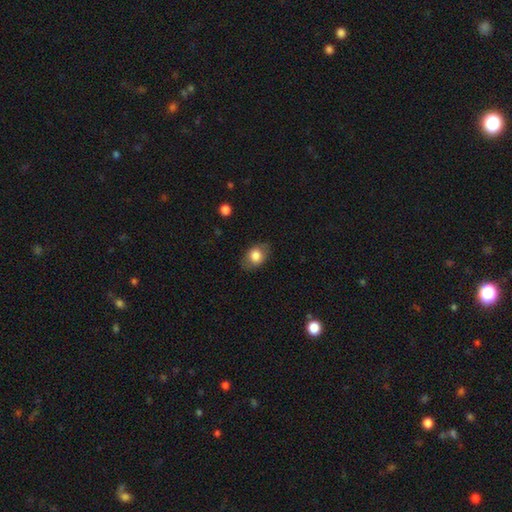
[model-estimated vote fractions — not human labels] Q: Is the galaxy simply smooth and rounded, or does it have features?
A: smooth — 78%.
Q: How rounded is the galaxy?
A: in between — 76%.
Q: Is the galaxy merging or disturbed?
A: none — 80%.